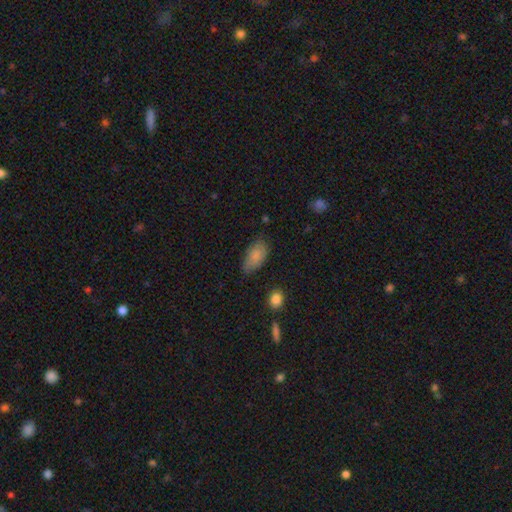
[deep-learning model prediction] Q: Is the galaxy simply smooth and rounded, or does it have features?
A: smooth — 83%.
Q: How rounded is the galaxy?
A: in between — 93%.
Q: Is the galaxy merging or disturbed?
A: none — 64%.